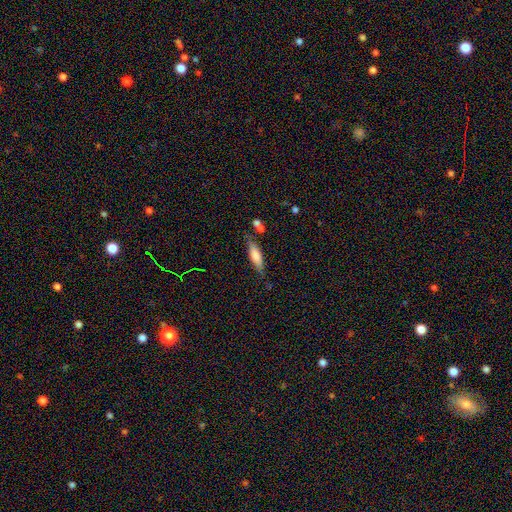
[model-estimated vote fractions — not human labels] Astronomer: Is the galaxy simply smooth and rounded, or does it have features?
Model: smooth — 69%.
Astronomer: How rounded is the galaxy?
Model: cigar-shaped — 59% (runner-up: in between, 39%).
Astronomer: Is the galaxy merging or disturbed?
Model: none — 68%.